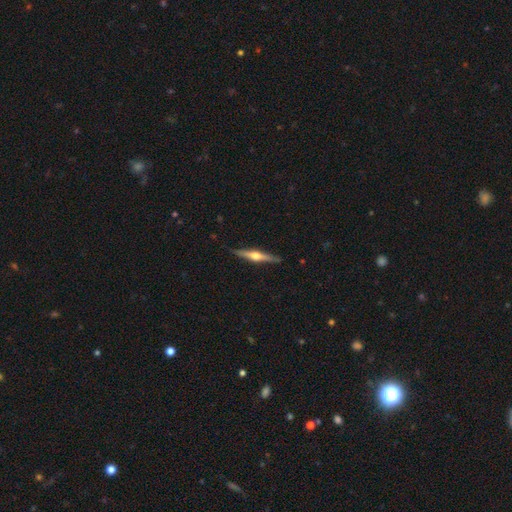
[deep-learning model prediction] smooth-or-featured: featured or disk: 72% | smooth: 23% | star or artifact: 5%
  disk-edge-on: yes: 98% | no: 2%
    edge-on-bulge: rounded: 92% | boxy: 4% | none: 3%
  merging: none: 88% | minor disturbance: 9% | major disturbance: 2% | merger: 1%